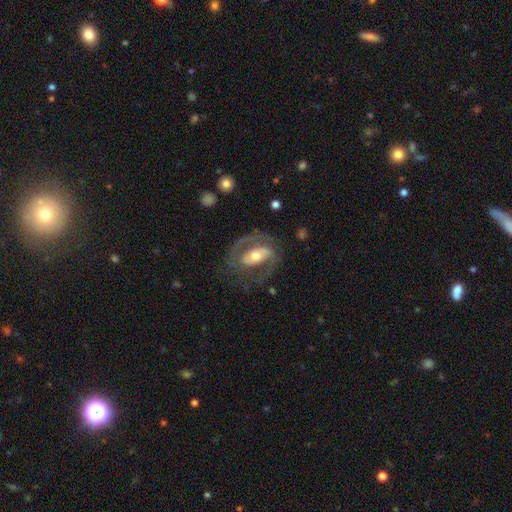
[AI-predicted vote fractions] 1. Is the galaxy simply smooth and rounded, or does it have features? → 76% featured or disk, 18% smooth, 5% star or artifact.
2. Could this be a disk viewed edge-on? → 94% no, 6% yes.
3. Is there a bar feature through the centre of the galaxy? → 37% strong, 33% no, 30% weak.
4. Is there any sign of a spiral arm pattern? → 75% yes, 25% no.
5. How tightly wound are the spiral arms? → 46% medium, 34% tight, 20% loose.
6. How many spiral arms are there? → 76% 2, 10% 1, 10% can't tell, 2% 3, 1% 4, 1% more than 4.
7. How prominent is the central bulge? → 63% moderate, 24% small, 10% large, 1% dominant, 1% none.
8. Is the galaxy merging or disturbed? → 64% none, 18% major disturbance, 16% minor disturbance, 2% merger.